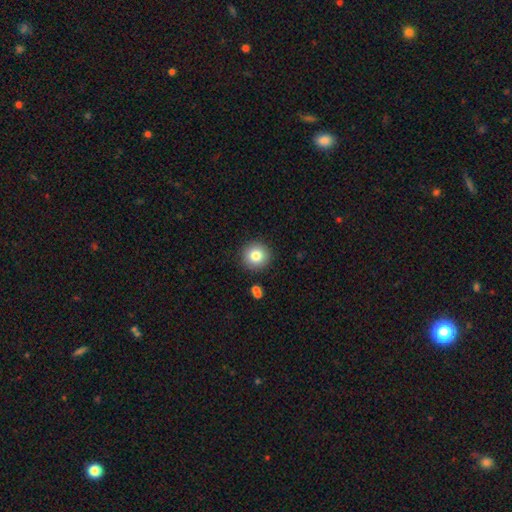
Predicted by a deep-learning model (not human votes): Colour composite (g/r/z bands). It shows a smooth galaxy with no disk features (82%) that is round (95%). Merging: none (90%).